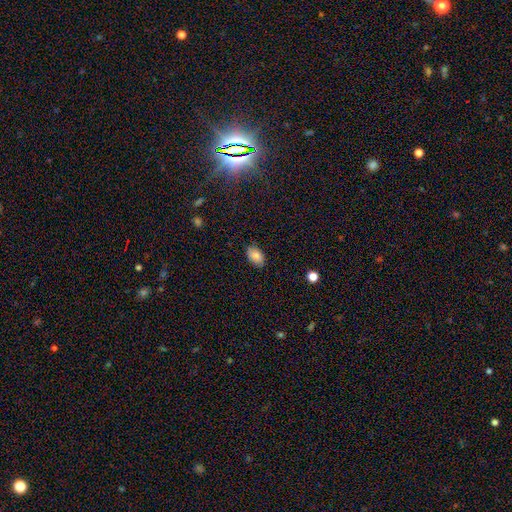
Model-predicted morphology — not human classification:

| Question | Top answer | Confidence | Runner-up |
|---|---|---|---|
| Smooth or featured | smooth | 84% | featured or disk (8%) |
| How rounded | in between | 90% | round (9%) |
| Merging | none | 83% | minor disturbance (13%) |